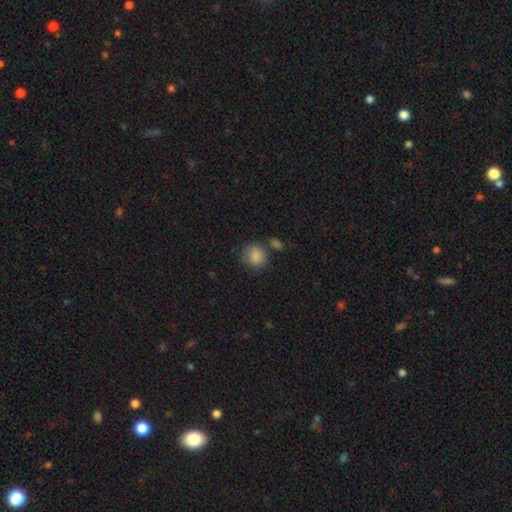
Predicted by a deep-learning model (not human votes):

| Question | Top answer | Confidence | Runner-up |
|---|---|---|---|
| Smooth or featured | smooth | 85% | star or artifact (9%) |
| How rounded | round | 68% | in between (31%) |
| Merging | none | 60% | minor disturbance (18%) |